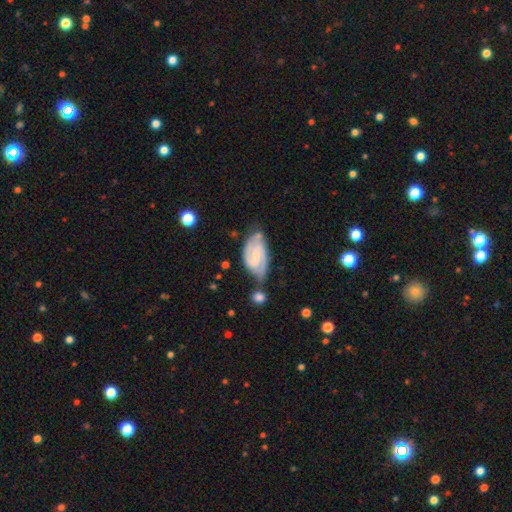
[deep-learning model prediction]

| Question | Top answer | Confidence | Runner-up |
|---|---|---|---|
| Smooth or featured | featured or disk | 83% | smooth (12%) |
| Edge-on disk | no | 97% | yes (3%) |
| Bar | weak | 52% | no (34%) |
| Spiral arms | yes | 97% | no (3%) |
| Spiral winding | tight | 49% | medium (42%) |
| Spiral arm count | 2 | 83% | can't tell (7%) |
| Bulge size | small | 58% | moderate (28%) |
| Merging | none | 57% | minor disturbance (25%) |